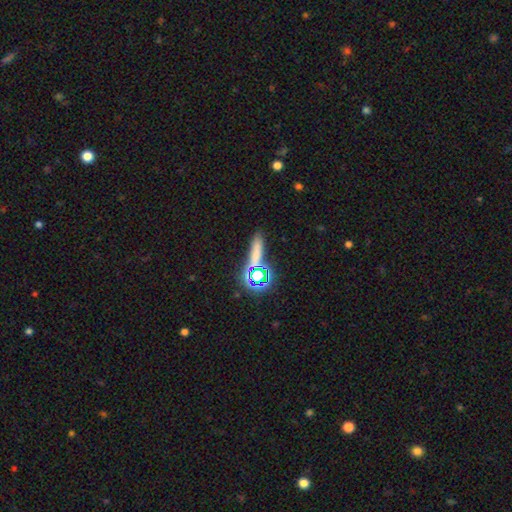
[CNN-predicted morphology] A smooth galaxy with no disk features (58%) that is cigar-shaped (68%). Merging: none (73%).